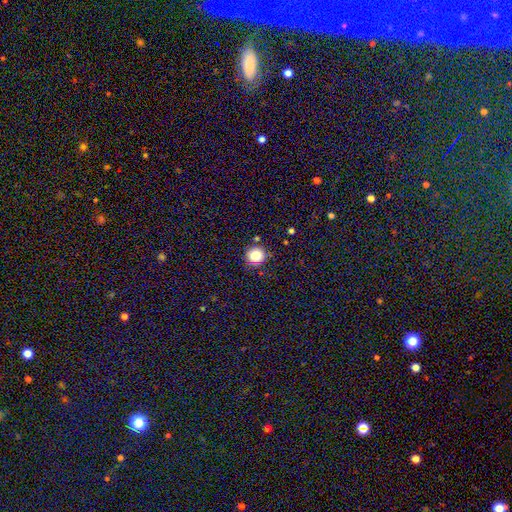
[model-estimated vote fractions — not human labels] Q: Smooth or featured?
A: smooth (82%); runner-up: star or artifact (12%)
Q: How rounded?
A: round (93%); runner-up: in between (6%)
Q: Merging?
A: none (86%); runner-up: minor disturbance (8%)